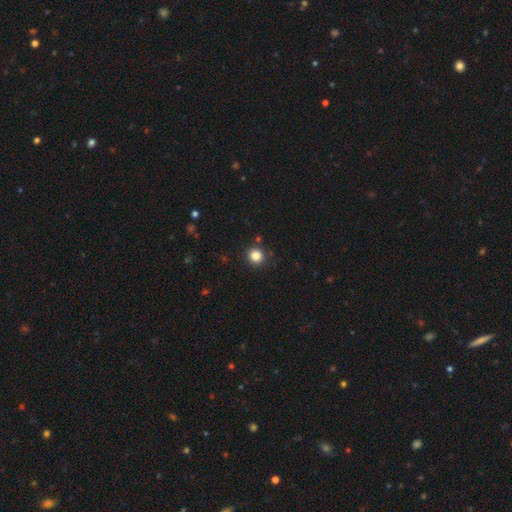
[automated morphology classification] type=smooth (84%); roundness=round (93%); merging=none (89%).